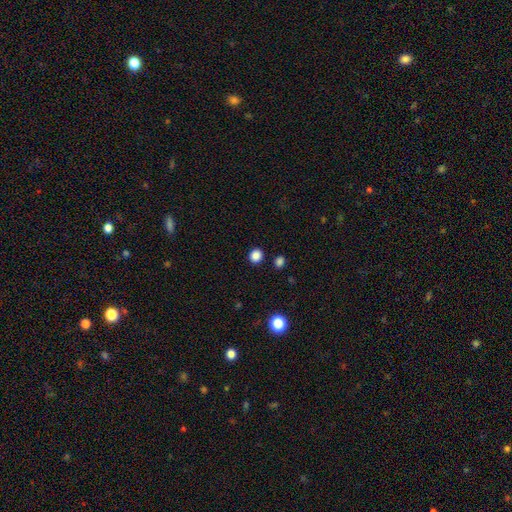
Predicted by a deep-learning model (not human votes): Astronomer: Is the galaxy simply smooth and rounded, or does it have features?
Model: smooth — 86%.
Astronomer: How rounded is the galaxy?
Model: round — 85%.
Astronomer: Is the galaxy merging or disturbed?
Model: none — 90%.